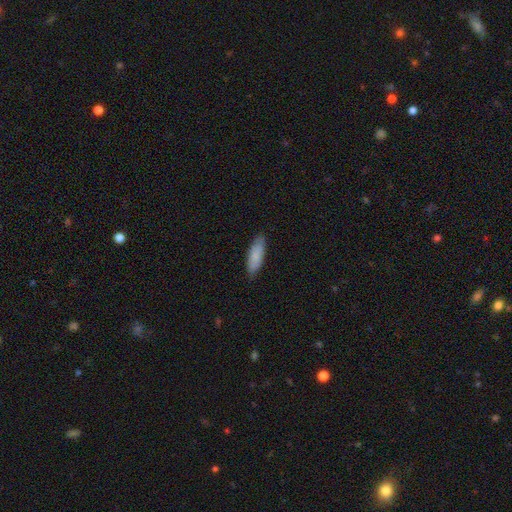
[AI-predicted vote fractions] This is clearly a smooth galaxy (84%). How rounded: likely in between (61%). Merging: clearly none (84%).